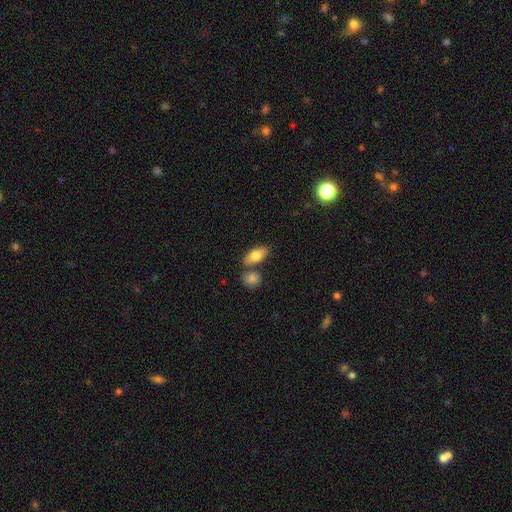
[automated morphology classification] Smooth or featured? smooth (79%)
How rounded? in between (87%)
Merging? none (68%)